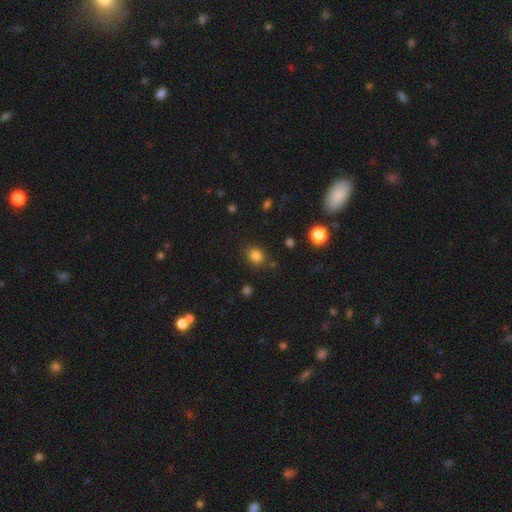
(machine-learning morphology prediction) This appears to be a smooth galaxy with no disk features (82%) that is round (59%). Merging: none (82%).